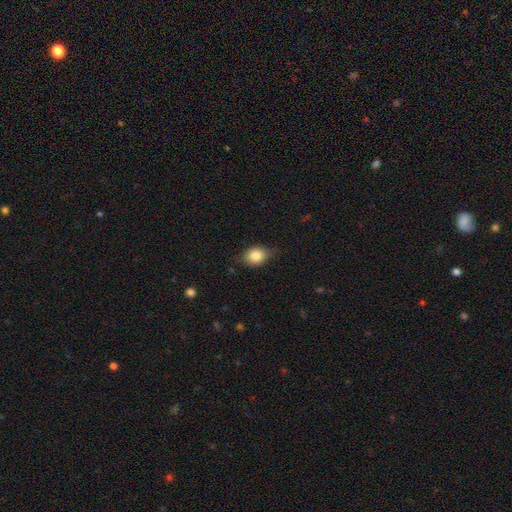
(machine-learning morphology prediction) Smooth or featured? Predicted: smooth (p=0.79). How rounded? Predicted: in between (p=0.55). Merging? Predicted: none (p=0.69).